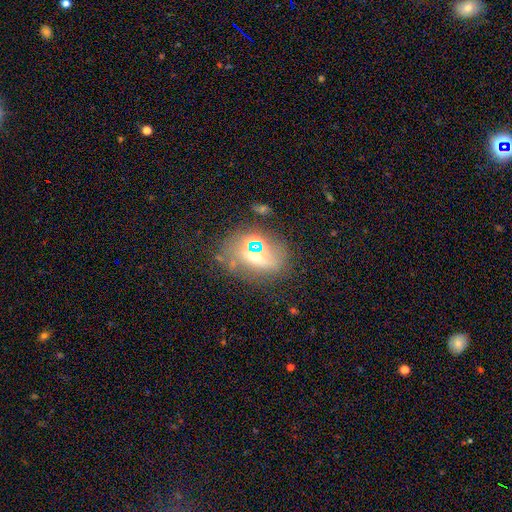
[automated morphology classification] A featured or disk galaxy (39%, tied with smooth).

Vote fractions:
- Smooth or featured? featured or disk: 39% (tied) / smooth: 39% (tied) / star or artifact: 22%
- Merging? none: 64% / minor disturbance: 18% / major disturbance: 10% / merger: 8%